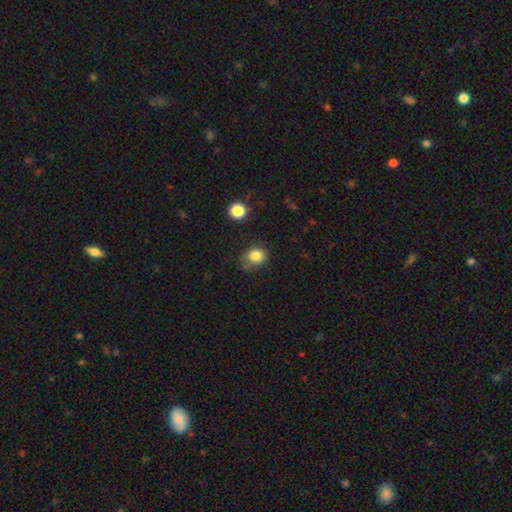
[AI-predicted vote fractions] Smooth or featured? smooth (83%)
How rounded? round (65%)
Merging? none (62%)